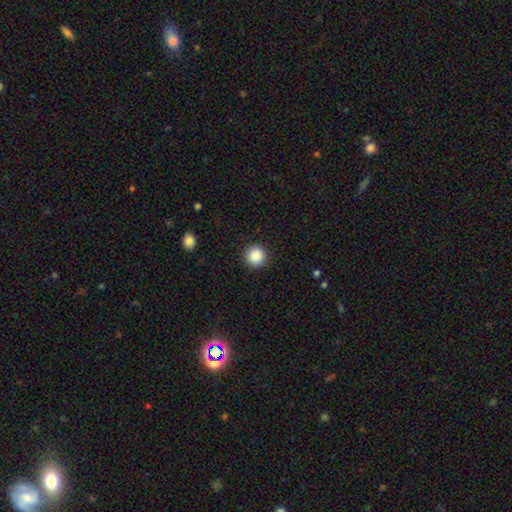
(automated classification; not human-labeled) smooth_or_featured: smooth (p=0.88) [alt: star or artifact p=0.09]
how_rounded: round (p=0.95) [alt: in between p=0.04]
merging: none (p=0.92) [alt: minor disturbance p=0.05]